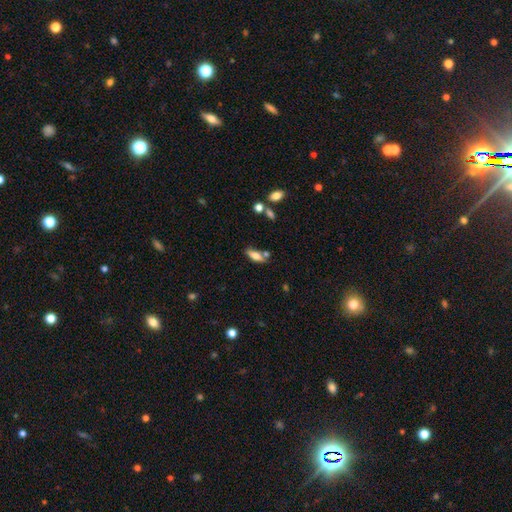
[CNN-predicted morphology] smooth_or_featured: smooth (p=0.68) [alt: featured or disk p=0.24]
how_rounded: in between (p=0.67) [alt: cigar-shaped p=0.30]
merging: none (p=0.61) [alt: merger p=0.17]